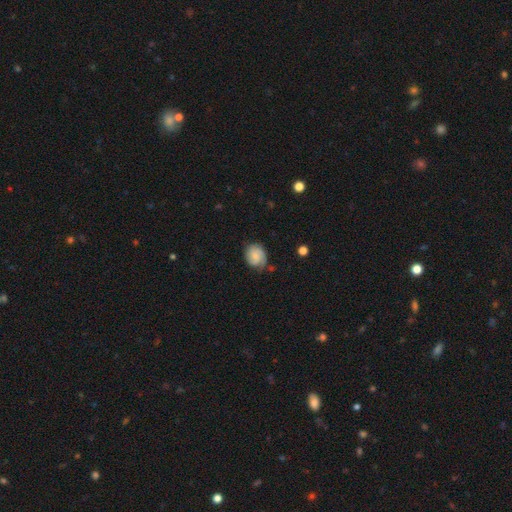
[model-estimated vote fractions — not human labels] This appears to be a smooth galaxy with no disk features (47%). Merging: none (65%).